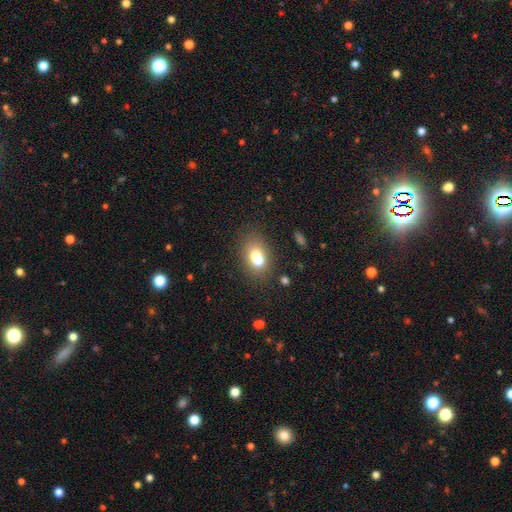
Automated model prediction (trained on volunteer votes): This appears to be a smooth galaxy with no disk features (65%) that is in between round and cigar-shaped (61%). Merging: merger (49%).